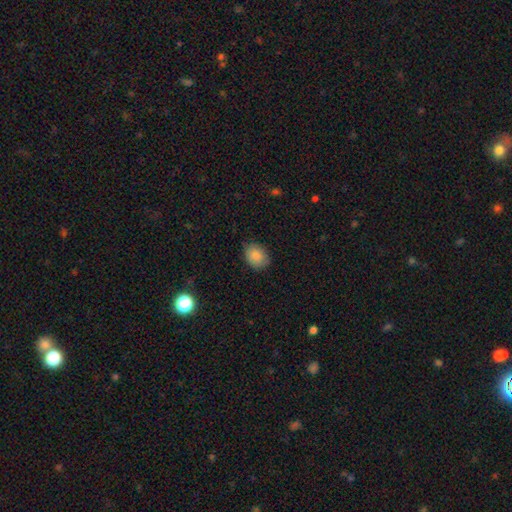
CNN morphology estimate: Smooth or featured? smooth (86%)
How rounded? round (51%)
Merging? none (80%)